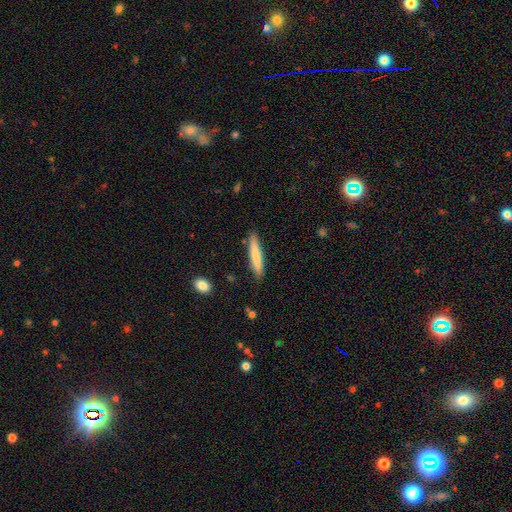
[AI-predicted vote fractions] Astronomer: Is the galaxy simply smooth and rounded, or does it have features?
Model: smooth — 73%.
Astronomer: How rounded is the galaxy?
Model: cigar-shaped — 92%.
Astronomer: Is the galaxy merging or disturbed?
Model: none — 87%.